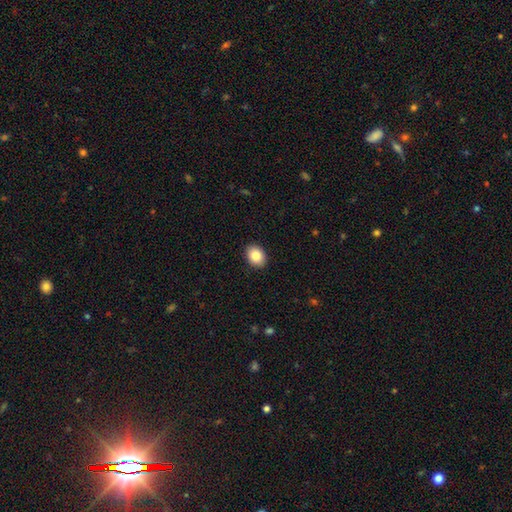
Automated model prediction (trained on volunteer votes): A smooth galaxy with no disk features (85%) that is in between round and cigar-shaped (63%).

Vote fractions:
- Smooth or featured? smooth: 85% / star or artifact: 8% / featured or disk: 7%
- How rounded? in between: 63% / round: 37% / cigar-shaped: 1%
- Merging? none: 91% / minor disturbance: 7% / major disturbance: 2% / merger: 1%